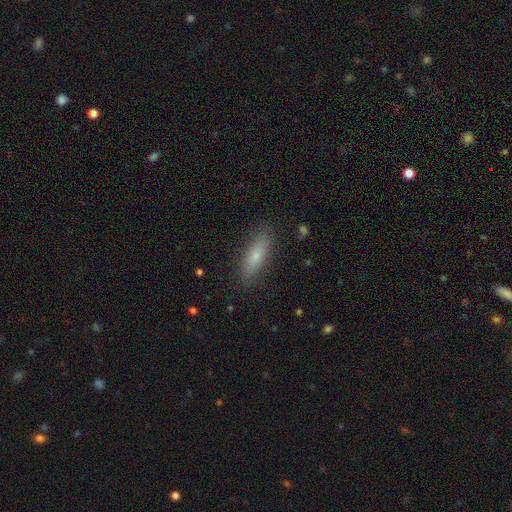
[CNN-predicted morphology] Overall: smooth (70%). How rounded: cigar-shaped (58%; in between 40%). Merging: none (87%).